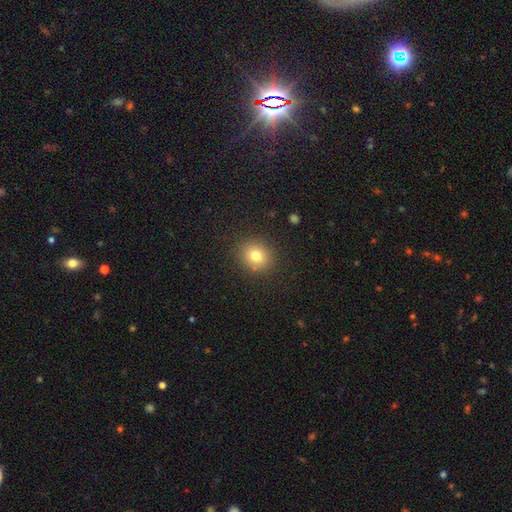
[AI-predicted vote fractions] smooth_or_featured: smooth (p=0.77) [alt: star or artifact p=0.14]
how_rounded: round (p=0.80) [alt: in between p=0.19]
merging: none (p=0.87) [alt: minor disturbance p=0.08]